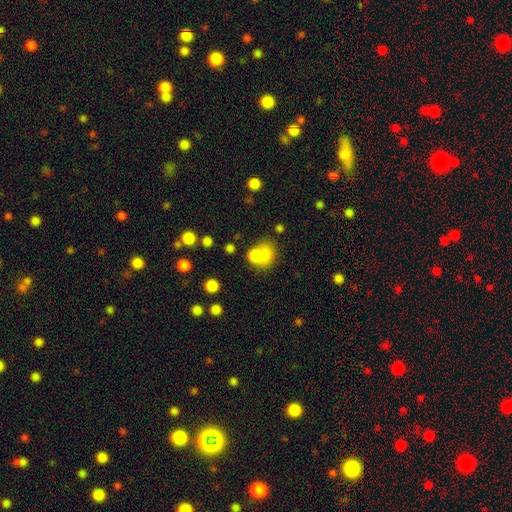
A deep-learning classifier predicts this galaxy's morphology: Smooth or featured? Predicted: smooth (p=0.75). How rounded? Predicted: round (p=0.60). Merging? Predicted: merger (p=0.43).